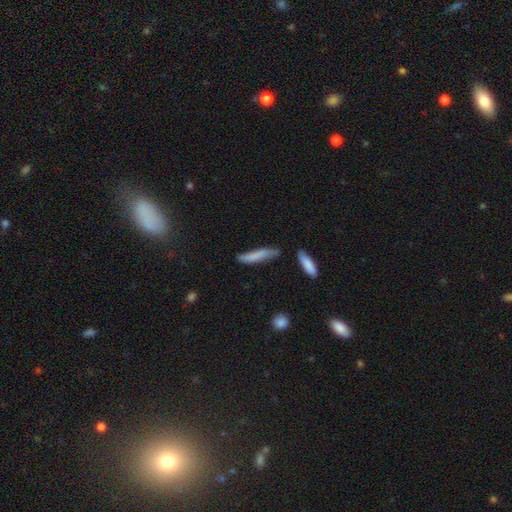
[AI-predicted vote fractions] This appears to be a smooth galaxy with no disk features (73%) that is cigar-shaped (90%). Merging: none (63%).